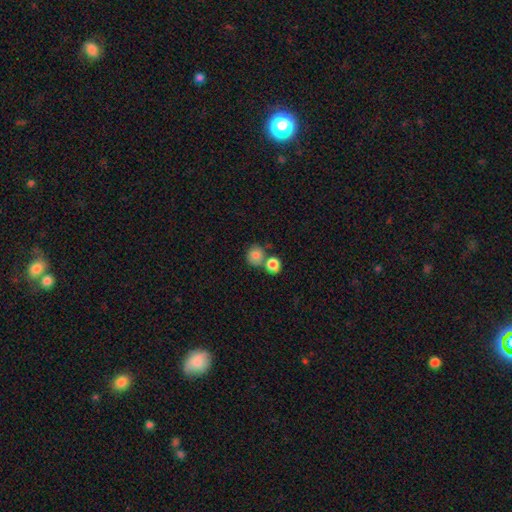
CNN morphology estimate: A smooth galaxy with no disk features (81%) that is round (84%). Merging: none (51%).